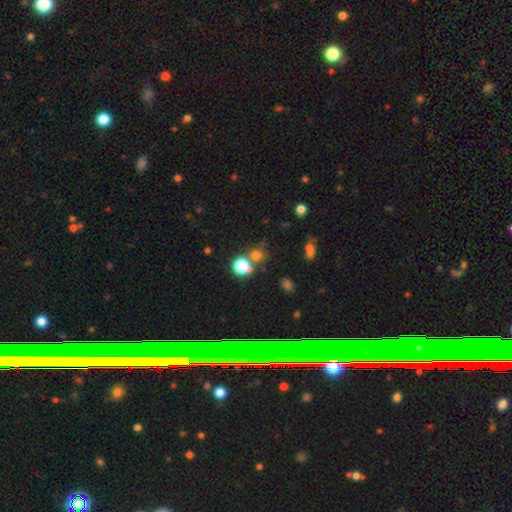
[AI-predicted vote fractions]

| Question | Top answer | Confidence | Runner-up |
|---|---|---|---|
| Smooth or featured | smooth | 63% | star or artifact (30%) |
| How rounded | round | 86% | in between (13%) |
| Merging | none | 66% | merger (21%) |